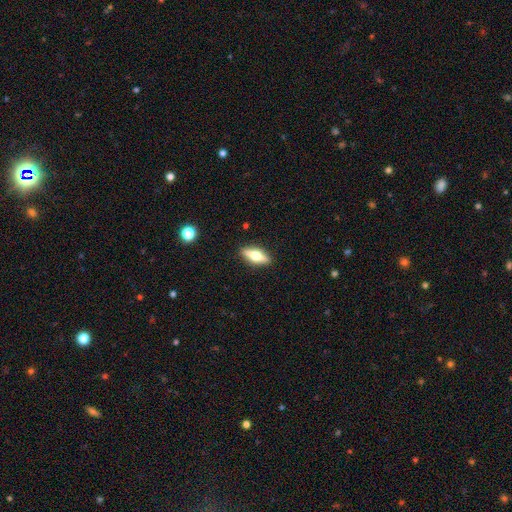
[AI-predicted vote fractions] featured or disk 55%, smooth 39%, star or artifact 7%. Down the decision tree: edge-on disk — yes (90%); merging — none (89%).